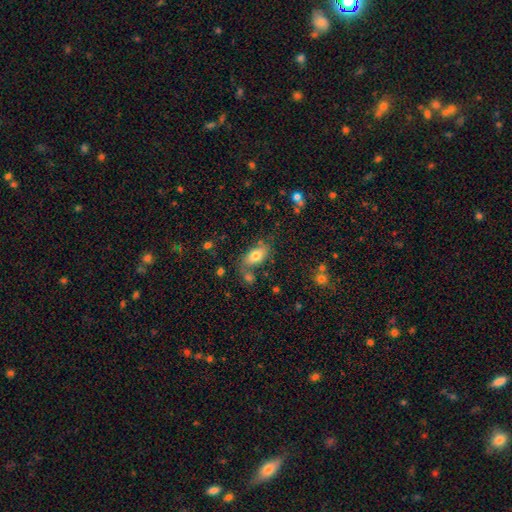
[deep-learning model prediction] A smooth galaxy with no disk features (76%) that is in between round and cigar-shaped (87%). Merging: none (69%).